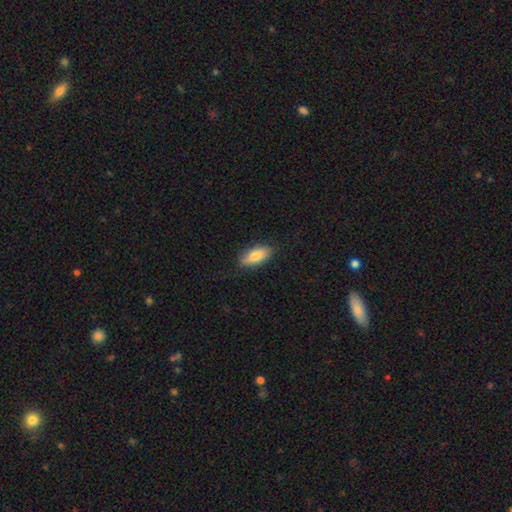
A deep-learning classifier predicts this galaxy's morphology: The model was most divided on "smooth or featured": smooth: 78%, featured or disk: 15%, star or artifact: 6%. More confident: how rounded — in between (85%); merging — none (84%).